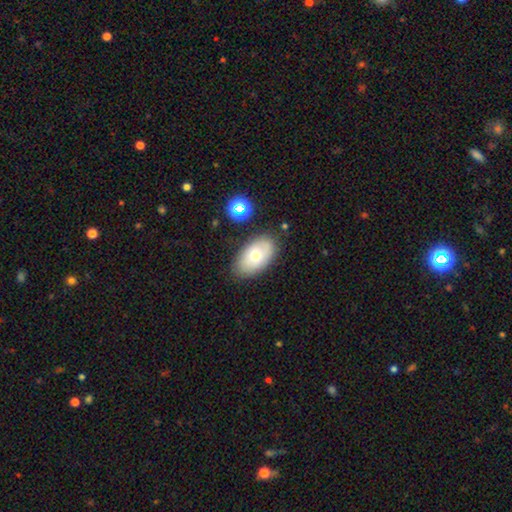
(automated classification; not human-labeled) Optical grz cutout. It shows a smooth galaxy with no disk features (66%) that is in between round and cigar-shaped (92%). Merging: none (80%).